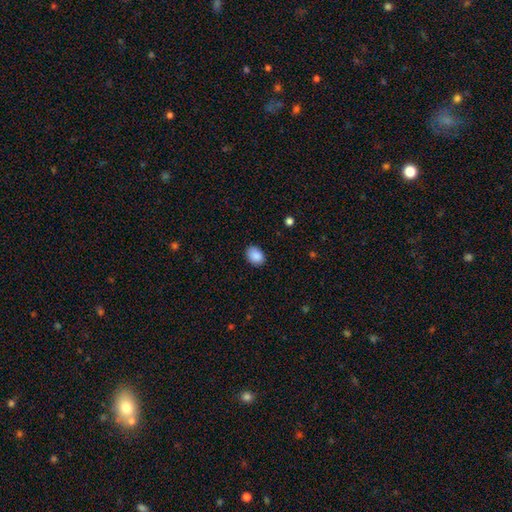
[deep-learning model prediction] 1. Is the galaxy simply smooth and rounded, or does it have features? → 89% smooth, 8% star or artifact, 3% featured or disk.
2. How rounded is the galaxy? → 68% in between, 31% round, 1% cigar-shaped.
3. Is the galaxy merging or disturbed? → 87% none, 10% minor disturbance, 2% major disturbance, 1% merger.